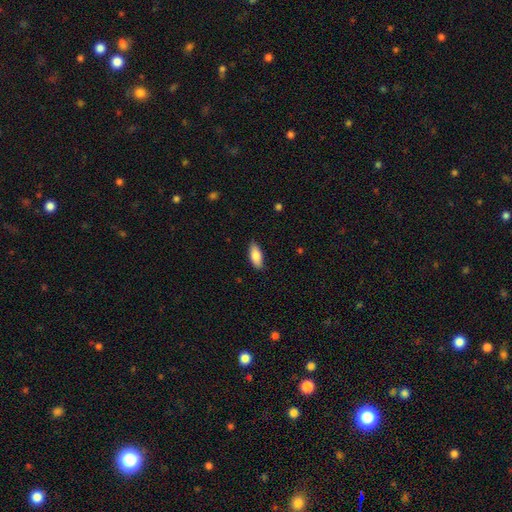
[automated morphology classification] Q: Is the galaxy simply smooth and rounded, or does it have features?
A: smooth — 84%.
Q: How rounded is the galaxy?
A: in between — 83%.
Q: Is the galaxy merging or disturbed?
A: none — 86%.